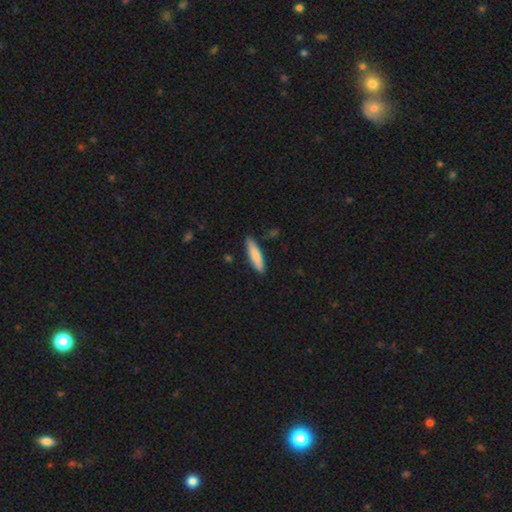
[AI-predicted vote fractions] smooth_or_featured: smooth (p=0.81) [alt: featured or disk p=0.14]
how_rounded: cigar-shaped (p=0.76) [alt: in between p=0.23]
merging: none (p=0.86) [alt: minor disturbance p=0.11]